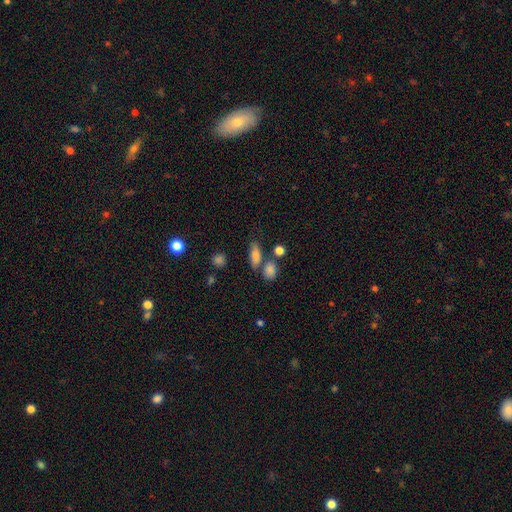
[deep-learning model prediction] A smooth galaxy with no disk features (75%) that is in between round and cigar-shaped (65%).

Vote fractions:
- Smooth or featured? smooth: 75% / featured or disk: 14% / star or artifact: 11%
- How rounded? in between: 65% / cigar-shaped: 25% / round: 10%
- Merging? none: 62% / merger: 18% / minor disturbance: 15% / major disturbance: 5%